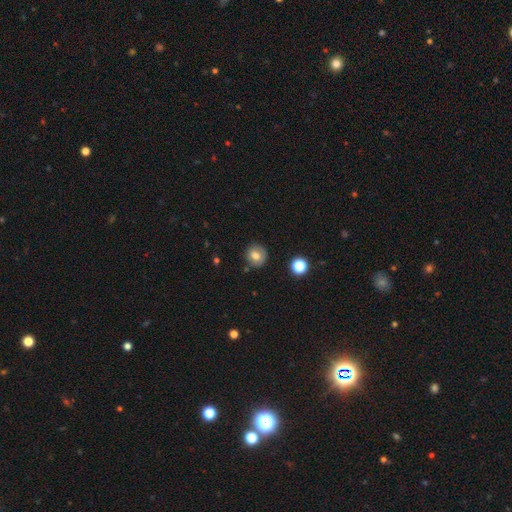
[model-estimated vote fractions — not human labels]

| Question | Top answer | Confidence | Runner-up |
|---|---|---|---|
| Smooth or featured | smooth | 77% | featured or disk (13%) |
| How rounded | round | 87% | in between (12%) |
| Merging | none | 83% | minor disturbance (11%) |